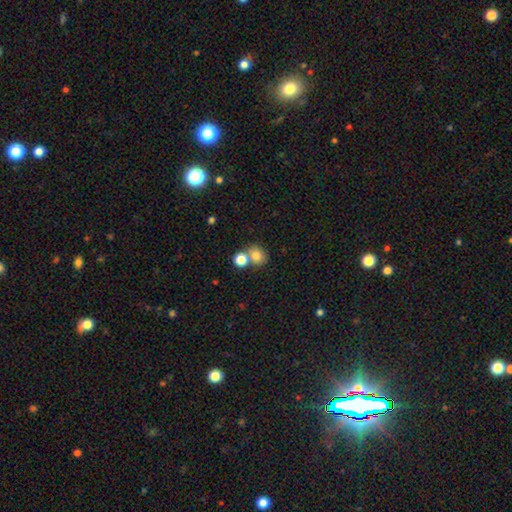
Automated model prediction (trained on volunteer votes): Smooth or featured?
  - smooth: 79% *
  - star or artifact: 12%
  - featured or disk: 9%
How rounded?
  - round: 73% *
  - in between: 26%
  - cigar-shaped: 1%
Merging?
  - none: 55% *
  - merger: 33%
  - minor disturbance: 9%
  - major disturbance: 3%